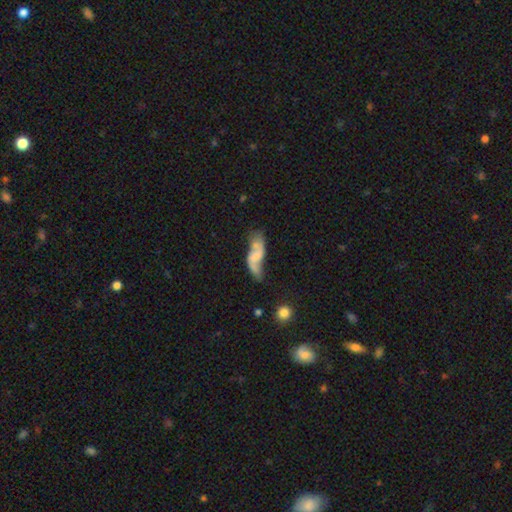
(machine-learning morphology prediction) Smooth or featured: featured or disk — 64% (smooth — 29%)
Edge-on disk: no — 91% (yes — 9%)
Bar: no — 46% (weak — 38%)
Spiral arms: yes — 82% (no — 18%)
Bulge size: none — 45% (small — 31%)
Merging: none — 42% (minor disturbance — 26%)